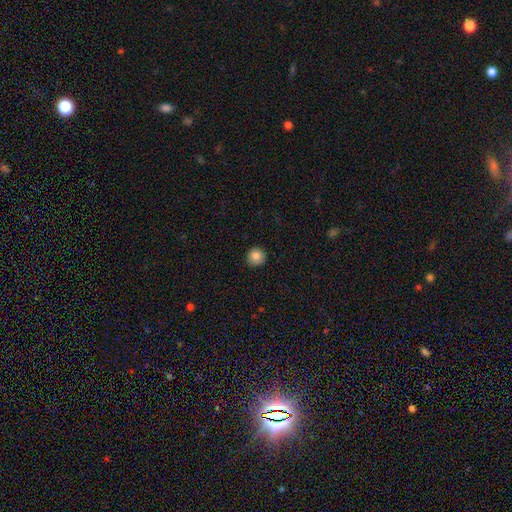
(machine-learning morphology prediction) Smooth or featured? Predicted: smooth (p=0.84). How rounded? Predicted: round (p=0.95). Merging? Predicted: none (p=0.92).